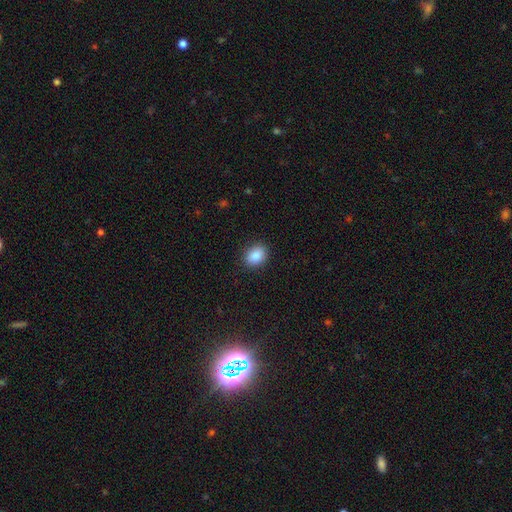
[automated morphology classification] This appears to be a smooth galaxy with no disk features (88%) that is in between round and cigar-shaped (68%). Merging: none (88%).